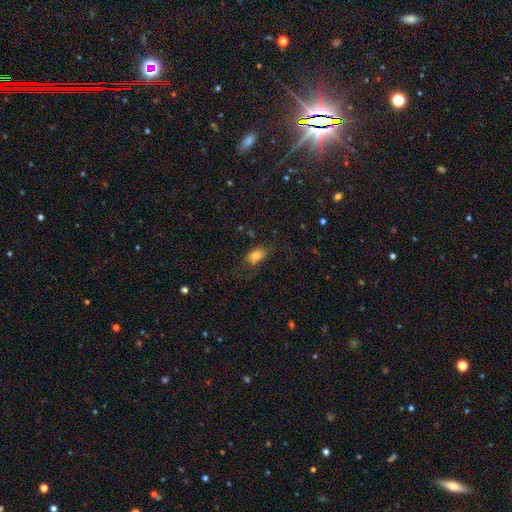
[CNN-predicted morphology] smooth 77%, featured or disk 11%, star or artifact 11%. Down the decision tree: how rounded — in between (82%); merging — none (62%).